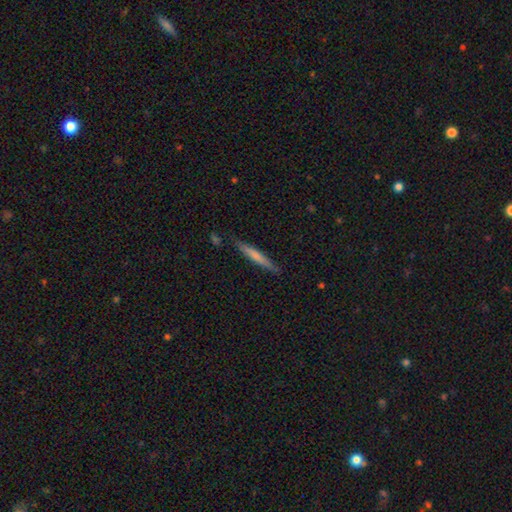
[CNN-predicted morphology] Q: Smooth or featured?
A: smooth (64%); runner-up: featured or disk (31%)
Q: How rounded?
A: cigar-shaped (95%); runner-up: in between (4%)
Q: Merging?
A: none (86%); runner-up: minor disturbance (10%)